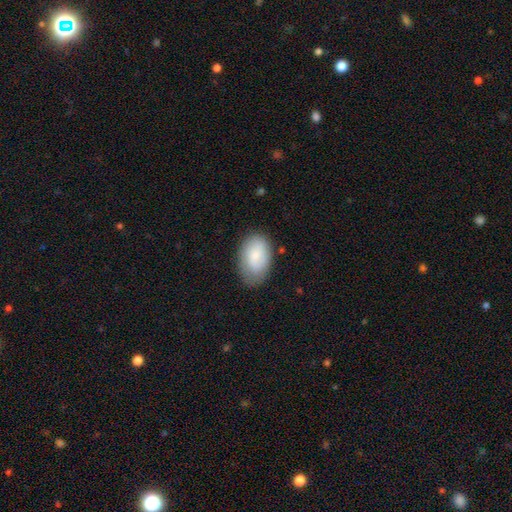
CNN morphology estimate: Overall: smooth (74%). How rounded: in between (90%). Merging: none (72%).